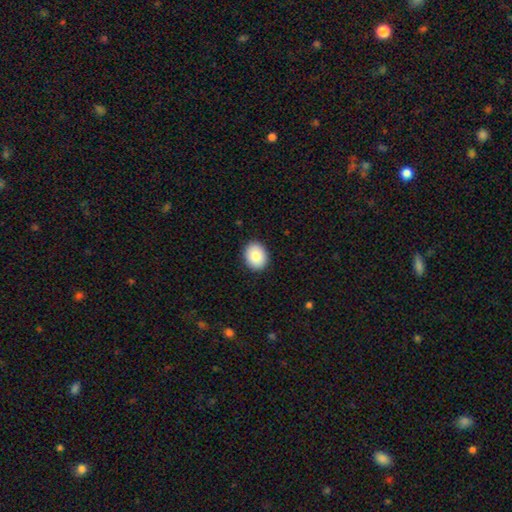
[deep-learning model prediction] Smooth or featured? Predicted: smooth (p=0.84). How rounded? Predicted: in between (p=0.50). Merging? Predicted: none (p=0.91).